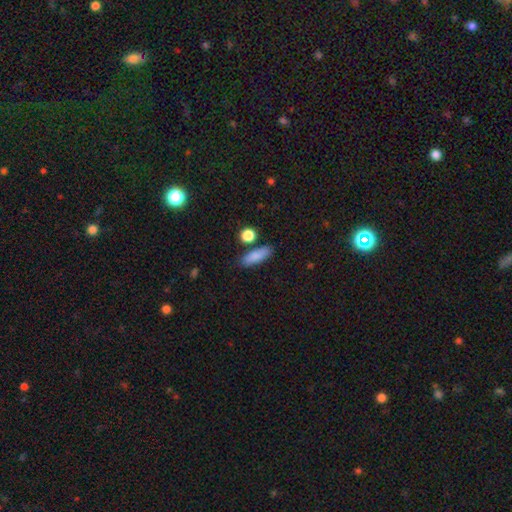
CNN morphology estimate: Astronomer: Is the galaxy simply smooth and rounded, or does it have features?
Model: smooth — 85%.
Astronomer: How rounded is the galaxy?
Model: in between — 56% (runner-up: cigar-shaped, 37%).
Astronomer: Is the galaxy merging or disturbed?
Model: none — 79%.